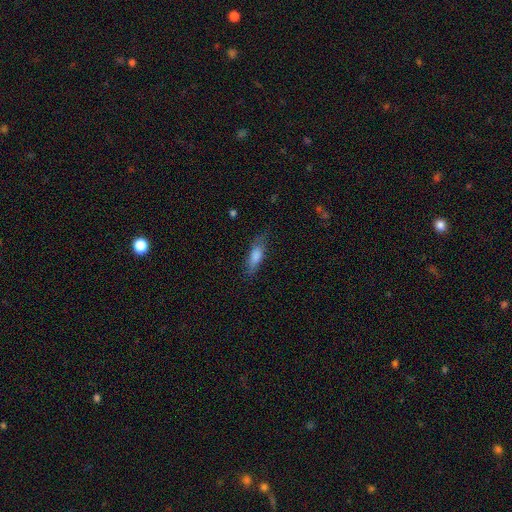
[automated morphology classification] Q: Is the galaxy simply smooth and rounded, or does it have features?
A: smooth — 75%.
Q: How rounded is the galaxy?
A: in between — 54%.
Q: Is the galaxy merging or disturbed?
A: none — 73%.